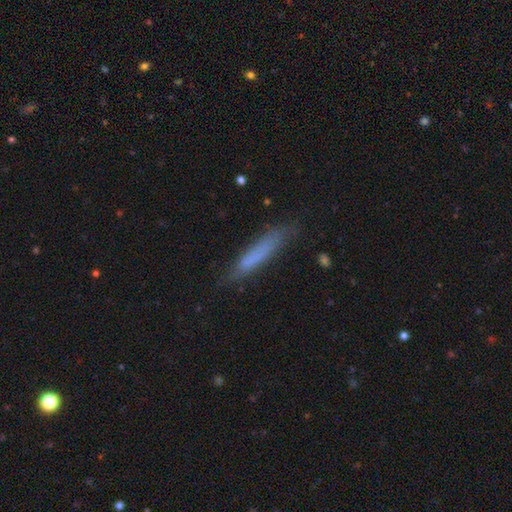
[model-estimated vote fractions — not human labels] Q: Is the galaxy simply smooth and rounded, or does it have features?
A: smooth — 70%.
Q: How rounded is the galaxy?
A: cigar-shaped — 89%.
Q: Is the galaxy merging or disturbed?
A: none — 73%.